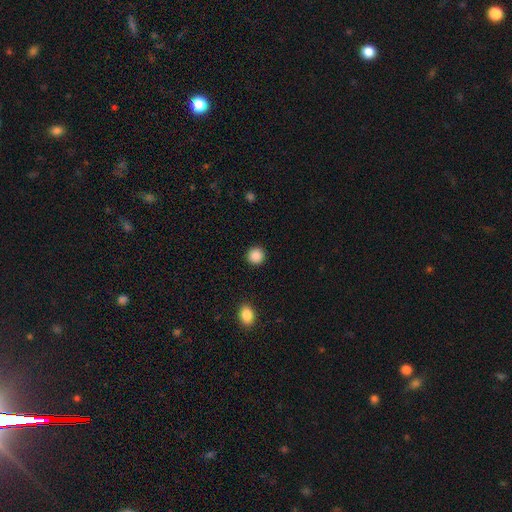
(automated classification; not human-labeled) Smooth or featured? Predicted: smooth (p=0.88). How rounded? Predicted: round (p=0.94). Merging? Predicted: none (p=0.92).